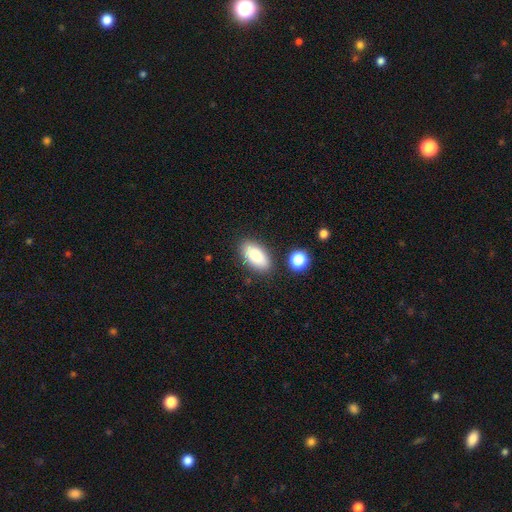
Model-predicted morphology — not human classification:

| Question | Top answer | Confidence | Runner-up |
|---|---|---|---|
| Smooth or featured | smooth | 87% | star or artifact (7%) |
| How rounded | in between | 91% | cigar-shaped (6%) |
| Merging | none | 82% | minor disturbance (11%) |